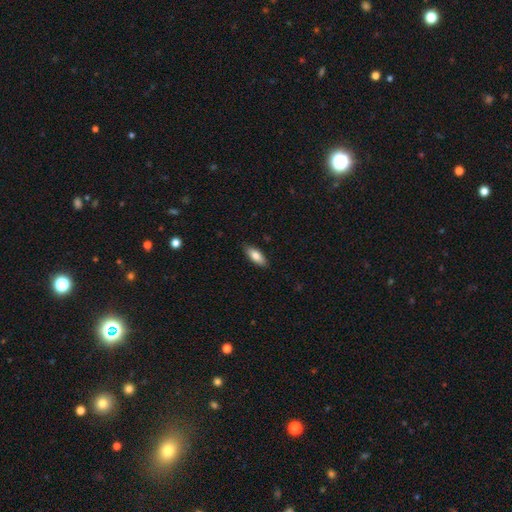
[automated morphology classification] Smooth or featured? Predicted: smooth (p=0.82). How rounded? Predicted: in between (p=0.77). Merging? Predicted: none (p=0.87).